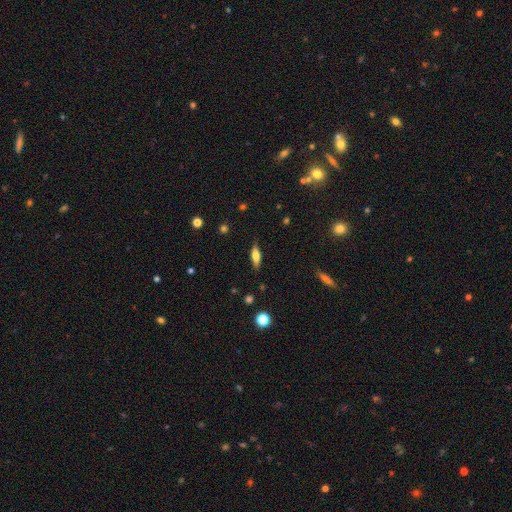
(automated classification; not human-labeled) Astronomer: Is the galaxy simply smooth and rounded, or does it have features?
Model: smooth — 56% (runner-up: featured or disk, 36%).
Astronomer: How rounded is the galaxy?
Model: cigar-shaped — 51% (runner-up: in between, 46%).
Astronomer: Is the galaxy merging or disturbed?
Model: none — 84%.